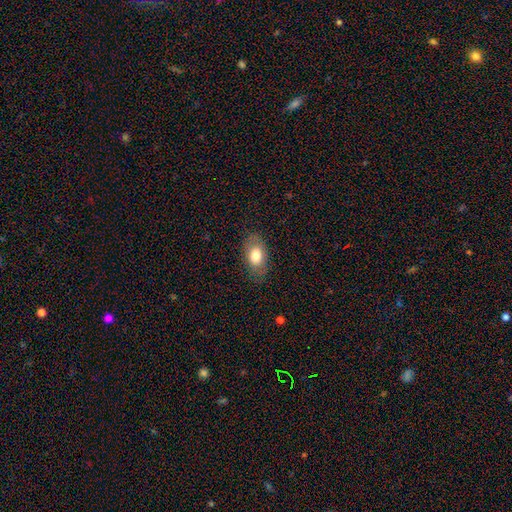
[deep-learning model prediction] smooth 75%, featured or disk 18%, star or artifact 7%. Down the decision tree: how rounded — in between (91%); merging — none (81%).